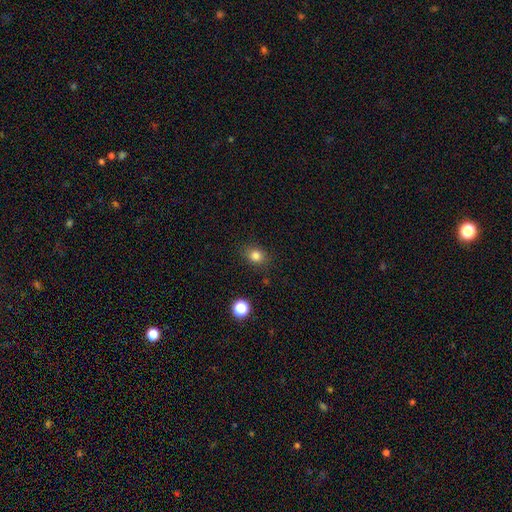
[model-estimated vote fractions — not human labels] smooth-or-featured: smooth: 82% | star or artifact: 12% | featured or disk: 6%
  how-rounded: round: 57% | in between: 42% | cigar-shaped: 1%
  merging: none: 84% | minor disturbance: 11% | major disturbance: 3% | merger: 2%